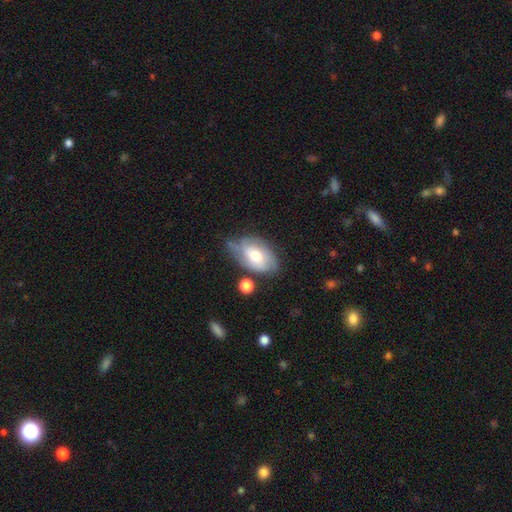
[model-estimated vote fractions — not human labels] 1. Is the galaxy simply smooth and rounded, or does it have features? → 48% featured or disk, 45% smooth, 7% star or artifact.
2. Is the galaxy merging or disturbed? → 46% none, 34% minor disturbance, 13% major disturbance, 7% merger.